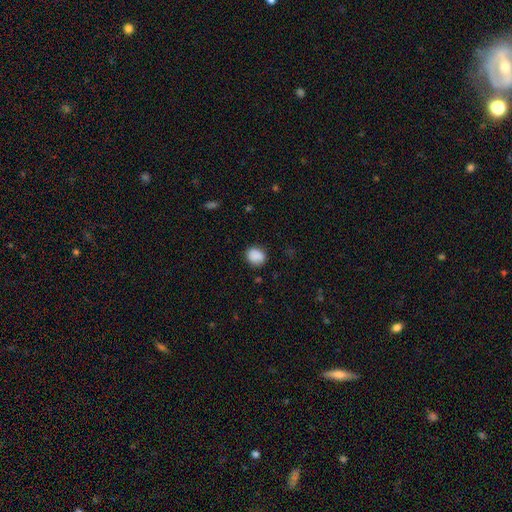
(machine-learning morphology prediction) type=smooth (87%); roundness=round (66%); merging=none (80%).